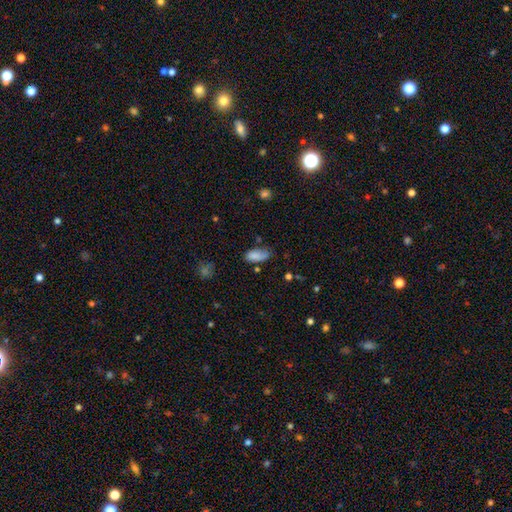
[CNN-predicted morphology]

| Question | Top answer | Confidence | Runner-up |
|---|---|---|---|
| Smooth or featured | smooth | 83% | star or artifact (9%) |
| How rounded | in between | 88% | cigar-shaped (9%) |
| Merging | none | 54% | minor disturbance (31%) |